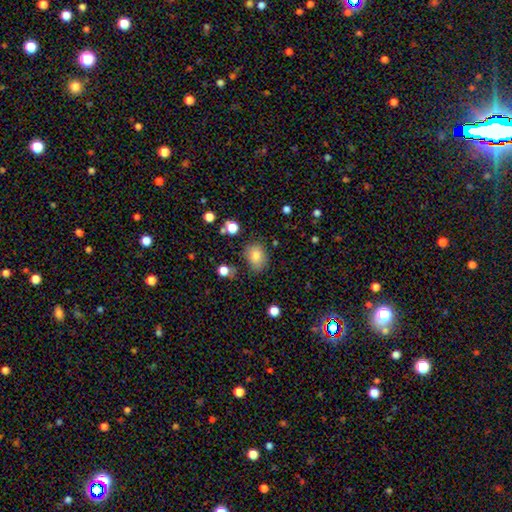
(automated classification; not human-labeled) Morphology: type=smooth (81%); roundness=in between (57%); merging=none (75%).